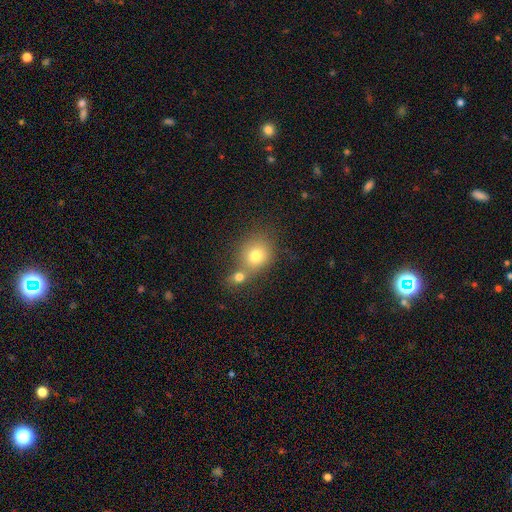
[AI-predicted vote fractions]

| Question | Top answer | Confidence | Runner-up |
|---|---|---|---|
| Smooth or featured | smooth | 76% | featured or disk (13%) |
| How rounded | round | 75% | in between (24%) |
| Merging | none | 44% | merger (43%) |